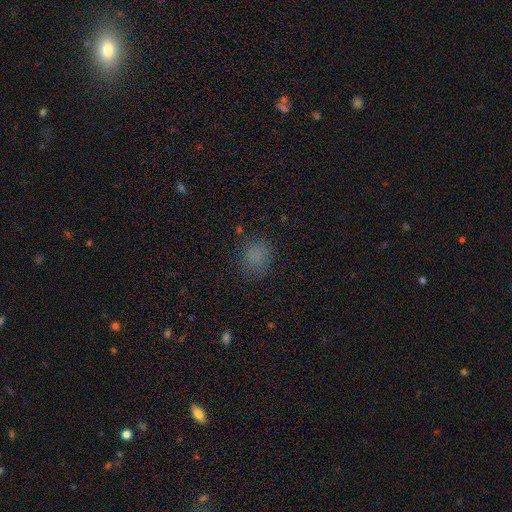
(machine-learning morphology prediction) Smooth or featured: smooth — 77% (star or artifact — 16%)
How rounded: round — 70% (in between — 29%)
Merging: none — 74% (minor disturbance — 17%)